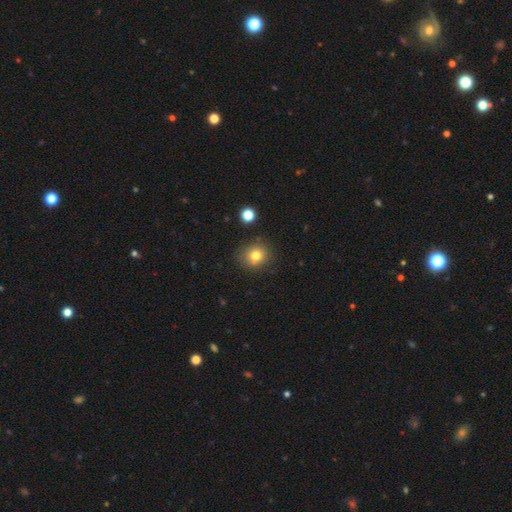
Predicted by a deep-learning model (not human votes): Smooth or featured? smooth (78%)
How rounded? round (79%)
Merging? none (79%)